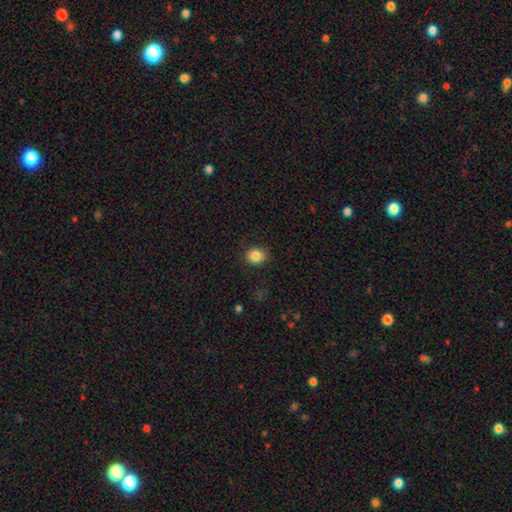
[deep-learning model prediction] smooth-or-featured: smooth: 84% | star or artifact: 10% | featured or disk: 5%
  how-rounded: round: 76% | in between: 23% | cigar-shaped: 1%
  merging: none: 88% | minor disturbance: 9% | major disturbance: 2% | merger: 1%